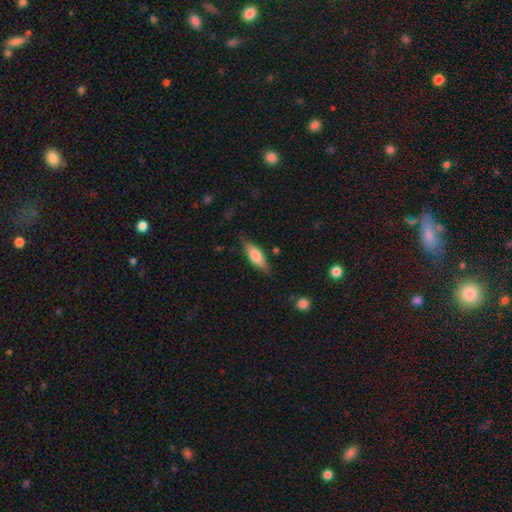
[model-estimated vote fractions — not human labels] This appears to be a smooth galaxy with no disk features (65%) that is in between round and cigar-shaped (62%). Merging: none (78%).